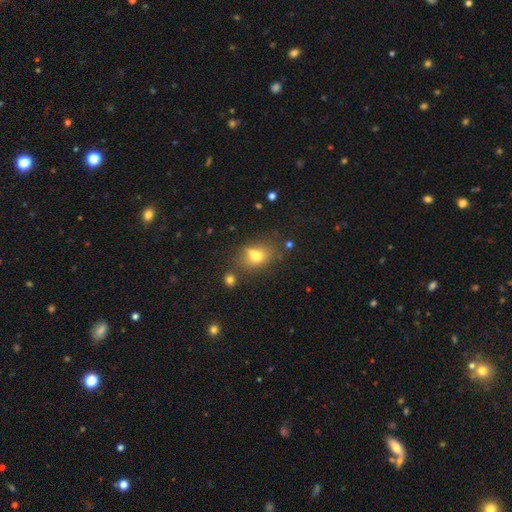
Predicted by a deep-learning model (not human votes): Smooth or featured? smooth (67%)
How rounded? in between (68%)
Merging? none (45%)